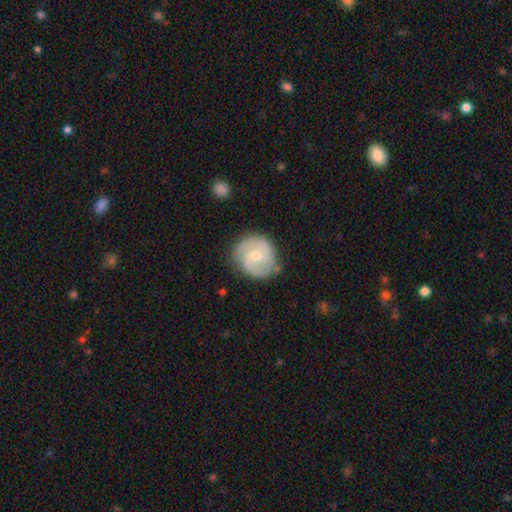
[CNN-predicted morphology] This appears to be a featured or disk galaxy (77%) with a weak bar (48%), 2 (81%) medium (49%) spiral arms (94%) and a small central bulge (52%). Merging: none (77%).